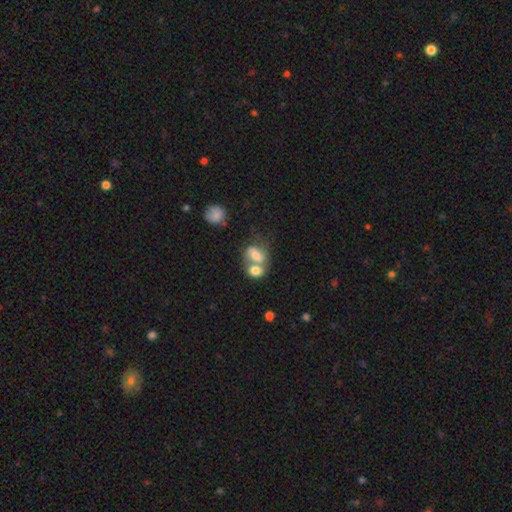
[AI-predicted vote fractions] Q: Smooth or featured?
A: smooth (63%); runner-up: featured or disk (27%)
Q: How rounded?
A: in between (68%); runner-up: round (30%)
Q: Merging?
A: merger (66%); runner-up: none (19%)